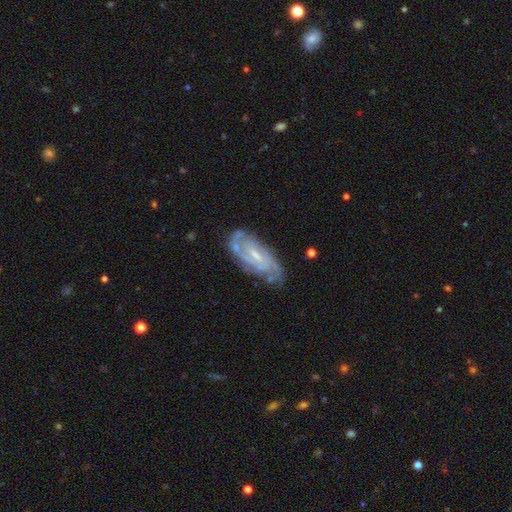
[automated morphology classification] A featured or disk galaxy (81%) with a weak bar (45%), 2 (34%, tied with can't tell) tight (54%) spiral arms (92%) and a small central bulge (65%).

Vote fractions:
- Smooth or featured? featured or disk: 81% / smooth: 12% / star or artifact: 7%
- Edge-on disk? no: 93% / yes: 7%
- Bar? weak: 45% / no: 44% / strong: 11%
- Spiral arms? yes: 92% / no: 8%
- Spiral winding? tight: 54% / medium: 36% / loose: 10%
- Spiral arm count? 2: 34% (tied) / can't tell: 34% (tied) / 3: 17% / 4: 7% / 1: 4% / more than 4: 4%
- Bulge size? small: 65% / moderate: 28% / none: 5% / large: 1% / dominant: 1%
- Merging? none: 70% / minor disturbance: 21% / major disturbance: 7% / merger: 2%